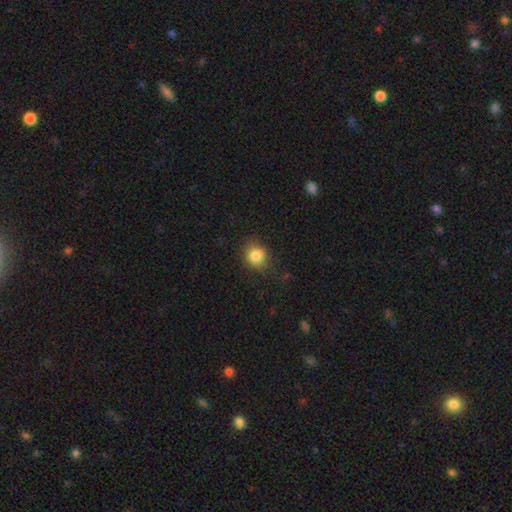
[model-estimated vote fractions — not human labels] A smooth galaxy with no disk features (83%) that is round (76%).

Vote fractions:
- Smooth or featured? smooth: 83% / star or artifact: 11% / featured or disk: 6%
- How rounded? round: 76% / in between: 23% / cigar-shaped: 1%
- Merging? none: 80% / minor disturbance: 15% / major disturbance: 4% / merger: 1%